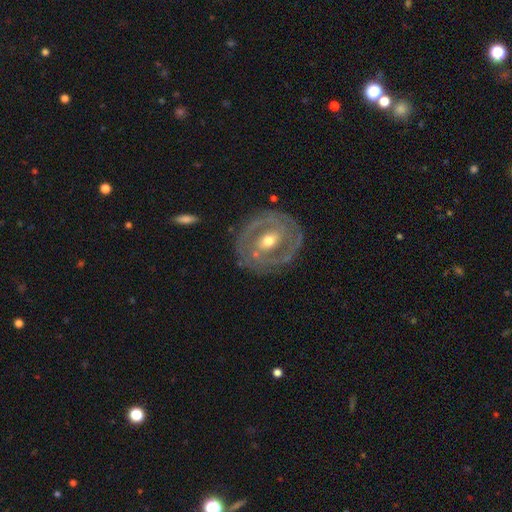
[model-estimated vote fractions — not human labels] A featured or disk galaxy (78%) with a strong bar (39%), spiral arms (62%) and a moderate central bulge (62%).

Vote fractions:
- Smooth or featured? featured or disk: 78% / smooth: 15% / star or artifact: 8%
- Edge-on disk? no: 94% / yes: 6%
- Bar? strong: 39% / weak: 38% / no: 23%
- Spiral arms? yes: 62% / no: 38%
- Bulge size? moderate: 62% / small: 32% / large: 4% / none: 1% / dominant: 1%
- Merging? none: 81% / minor disturbance: 12% / major disturbance: 6% / merger: 2%